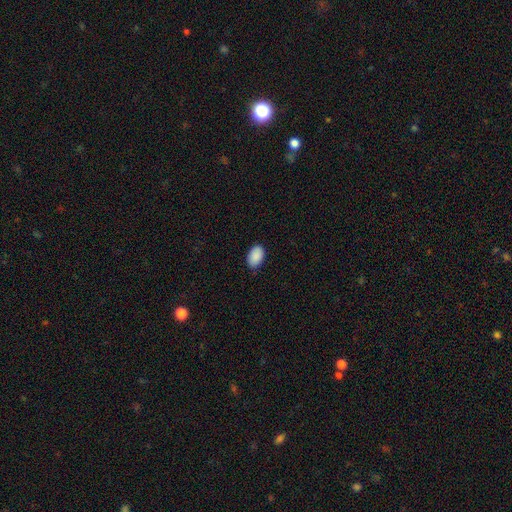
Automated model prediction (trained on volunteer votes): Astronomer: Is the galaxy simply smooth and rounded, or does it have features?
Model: smooth — 91%.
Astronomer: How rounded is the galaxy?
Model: in between — 89%.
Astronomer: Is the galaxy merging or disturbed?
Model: none — 86%.